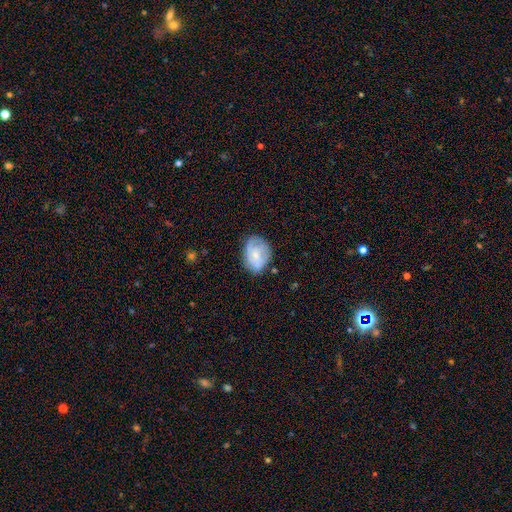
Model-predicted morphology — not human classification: This is possibly a smooth galaxy (52%). How rounded: likely in between (67%). Merging: likely none (65%).